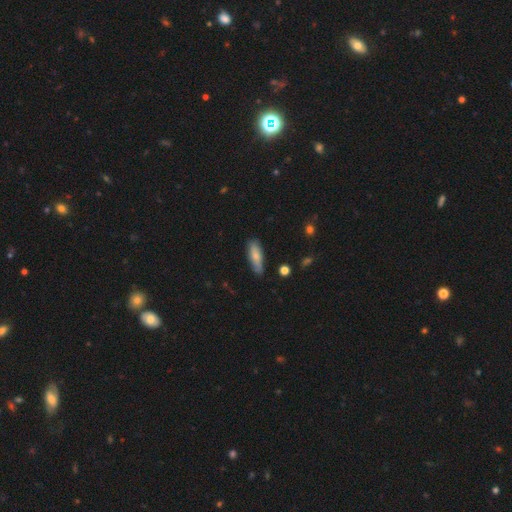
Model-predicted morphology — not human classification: smooth-or-featured: smooth: 77% | featured or disk: 17% | star or artifact: 6%
  how-rounded: in between: 50% | cigar-shaped: 48% | round: 2%
  merging: none: 77% | minor disturbance: 18% | major disturbance: 3% | merger: 2%